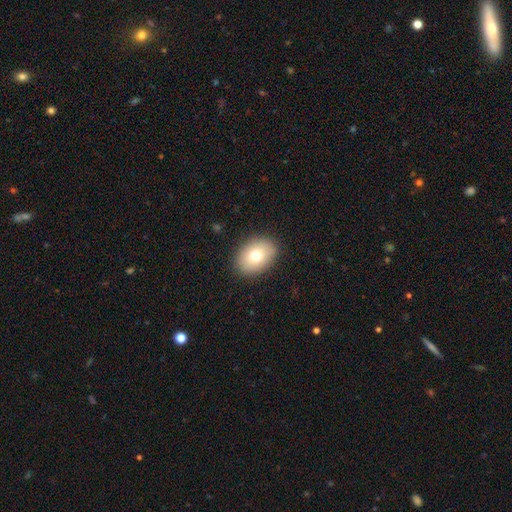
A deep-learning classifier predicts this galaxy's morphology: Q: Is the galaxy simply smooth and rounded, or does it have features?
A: smooth — 74%.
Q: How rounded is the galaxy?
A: in between — 71%.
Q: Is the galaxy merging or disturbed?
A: none — 88%.